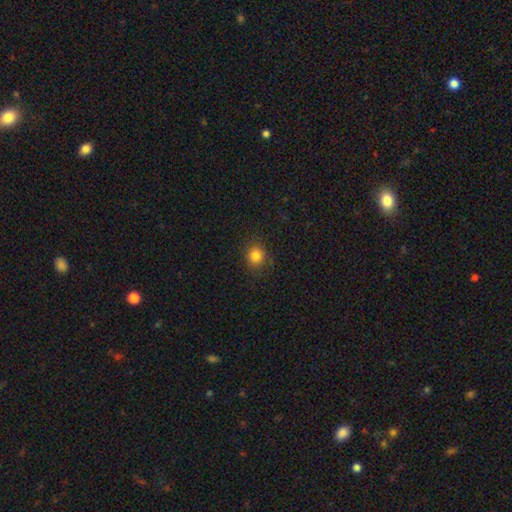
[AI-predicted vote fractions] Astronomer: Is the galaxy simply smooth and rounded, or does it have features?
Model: smooth — 82%.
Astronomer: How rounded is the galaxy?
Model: round — 78%.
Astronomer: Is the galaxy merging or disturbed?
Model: none — 83%.